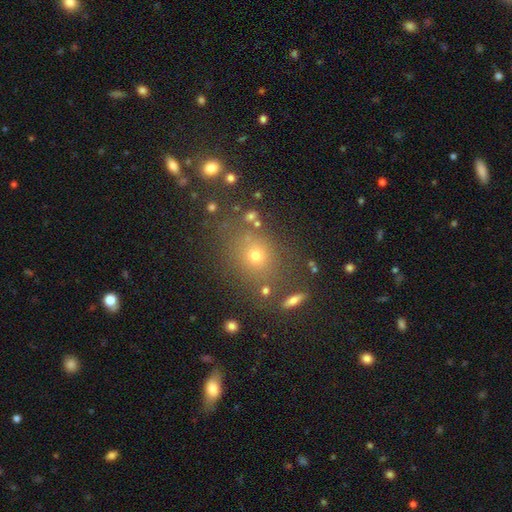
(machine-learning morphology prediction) This is likely a smooth galaxy (66%). How rounded: likely round (72%). Merging: likely none (76%).